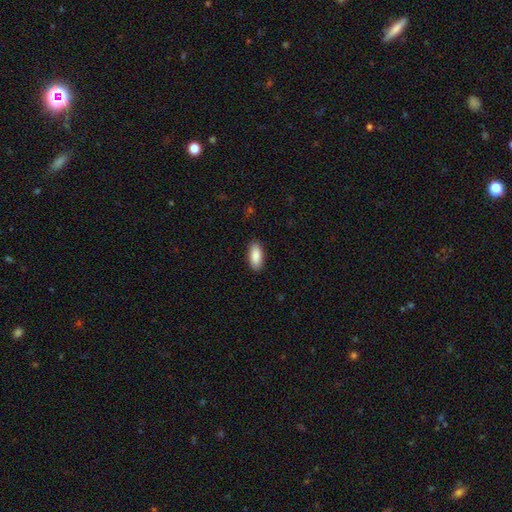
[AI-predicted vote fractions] This is clearly a smooth galaxy (89%). How rounded: clearly in between (88%). Merging: clearly none (89%).